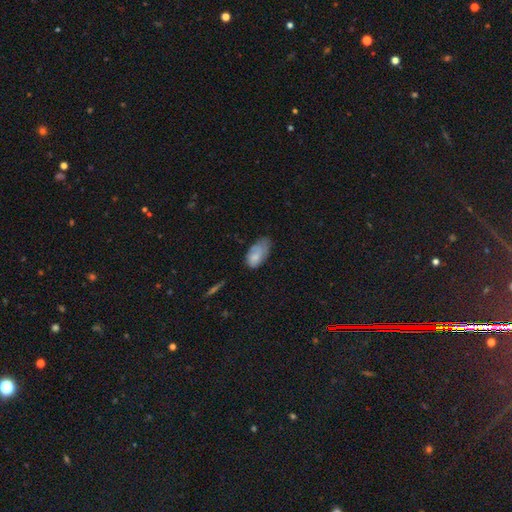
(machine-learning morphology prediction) Smooth or featured: smooth — 75% (featured or disk — 17%)
How rounded: in between — 92% (cigar-shaped — 4%)
Merging: minor disturbance — 41% (none — 37%)